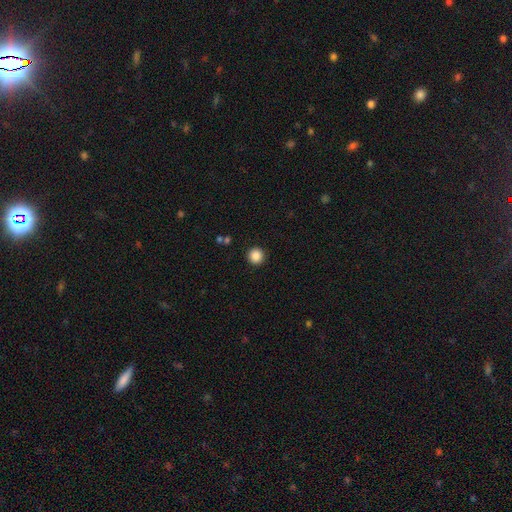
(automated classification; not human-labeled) A smooth galaxy with no disk features (87%) that is round (96%).

Vote fractions:
- Smooth or featured? smooth: 87% / star or artifact: 10% / featured or disk: 3%
- How rounded? round: 96% / in between: 3% / cigar-shaped: 1%
- Merging? none: 93% / minor disturbance: 4% / major disturbance: 2% / merger: 1%